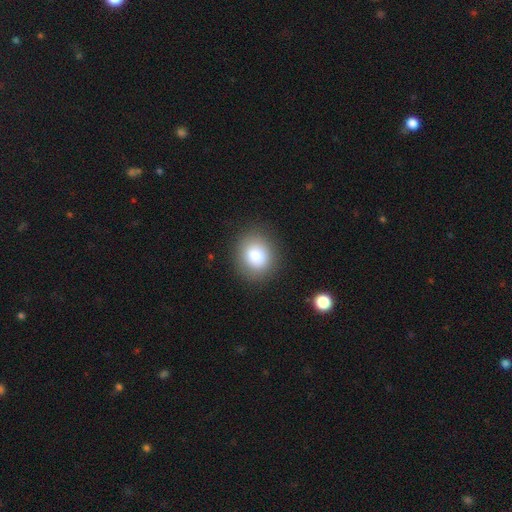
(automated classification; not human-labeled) A smooth galaxy with no disk features (81%) that is round (73%). Merging: none (88%).